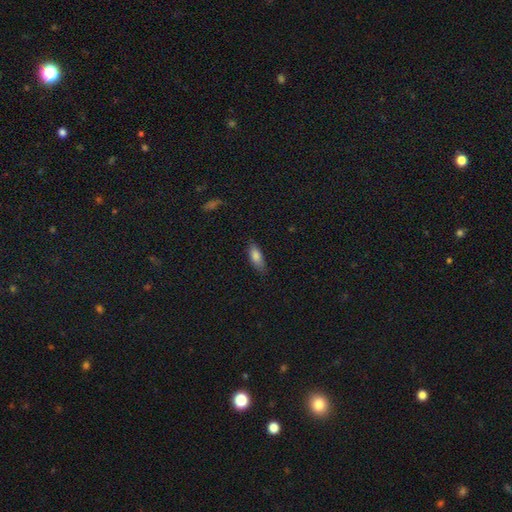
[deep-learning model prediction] A smooth galaxy with no disk features (82%) that is in between round and cigar-shaped (73%). Merging: none (79%).